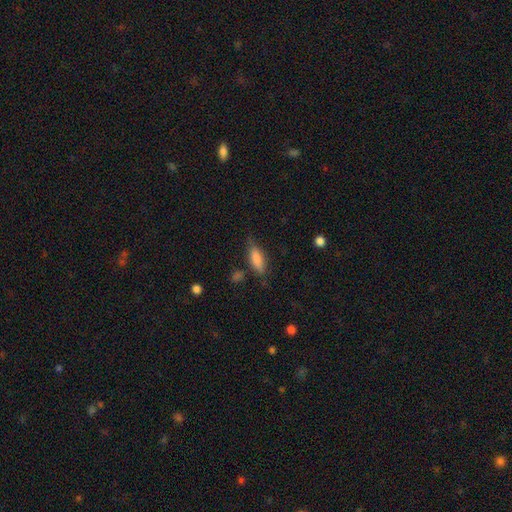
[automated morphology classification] Smooth or featured? Predicted: smooth (p=0.71). How rounded? Predicted: in between (p=0.53). Merging? Predicted: none (p=0.74).